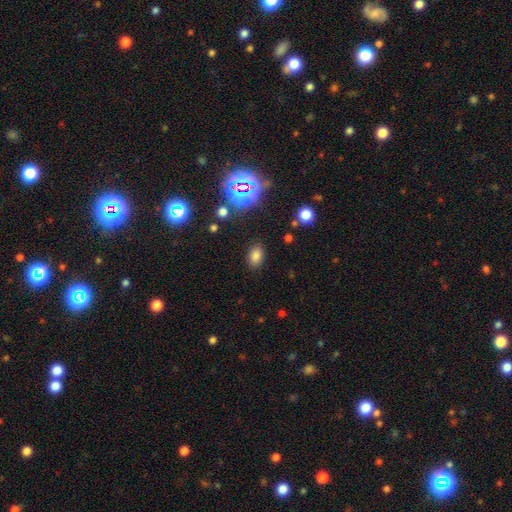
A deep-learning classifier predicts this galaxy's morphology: Smooth or featured? Predicted: smooth (p=0.76). How rounded? Predicted: in between (p=0.82). Merging? Predicted: none (p=0.85).